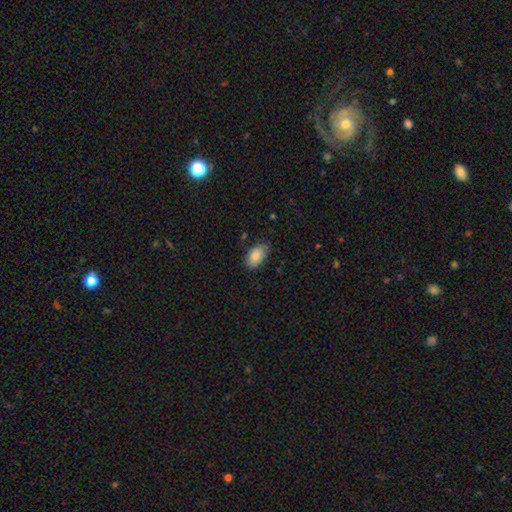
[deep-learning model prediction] This appears to be a smooth galaxy with no disk features (87%) that is in between round and cigar-shaped (92%). Merging: none (76%).